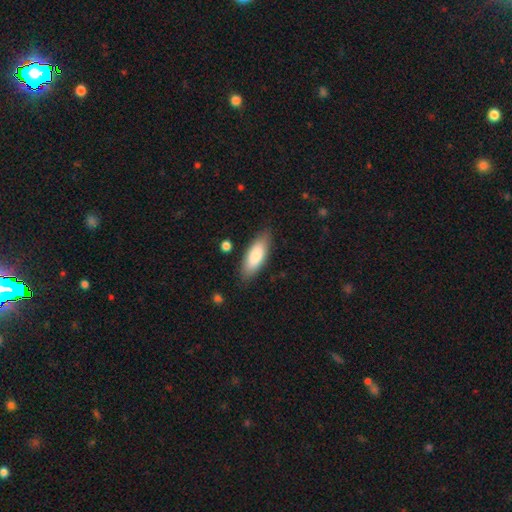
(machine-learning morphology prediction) This appears to be a smooth galaxy with no disk features (83%) that is in between round and cigar-shaped (69%). Merging: none (85%).